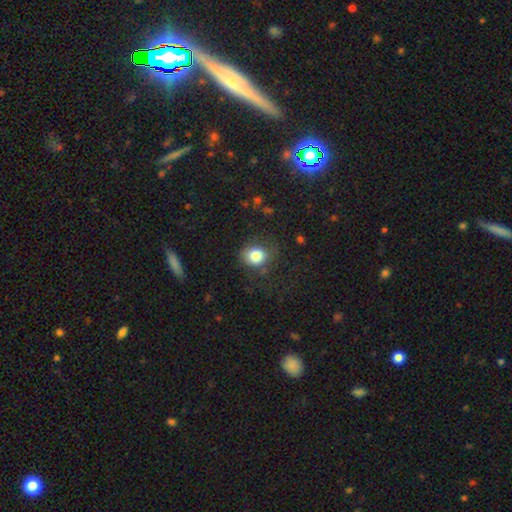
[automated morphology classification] Smooth or featured? smooth (81%)
How rounded? round (66%)
Merging? none (70%)